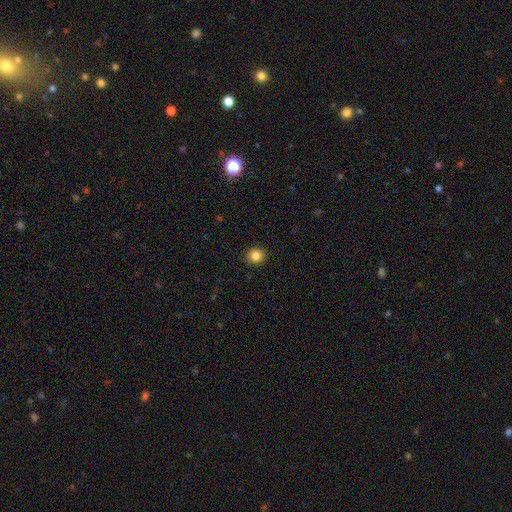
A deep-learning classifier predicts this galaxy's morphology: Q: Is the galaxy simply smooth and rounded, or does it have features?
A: smooth — 84%.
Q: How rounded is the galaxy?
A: round — 89%.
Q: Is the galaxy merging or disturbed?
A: none — 92%.